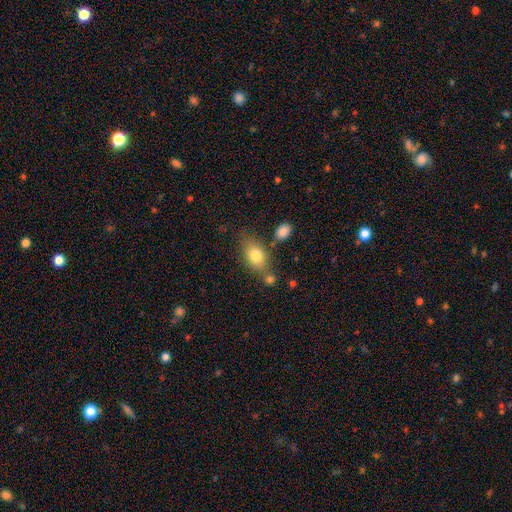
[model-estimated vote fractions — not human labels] Morphology: type=smooth (79%); roundness=in between (81%); merging=none (62%).